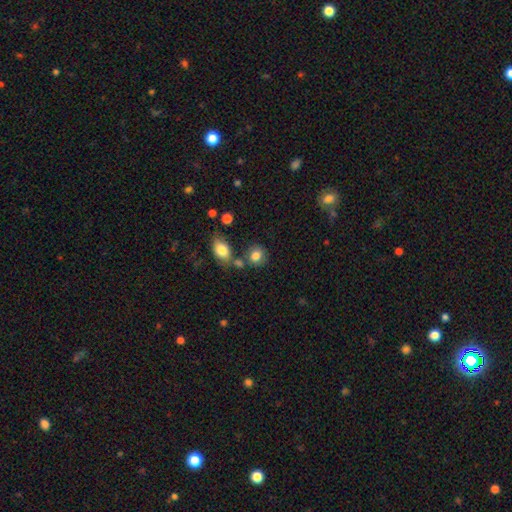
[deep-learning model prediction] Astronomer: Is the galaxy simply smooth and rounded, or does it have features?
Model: smooth — 82%.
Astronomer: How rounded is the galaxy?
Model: round — 67%.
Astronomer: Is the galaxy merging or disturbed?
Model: none — 66%.